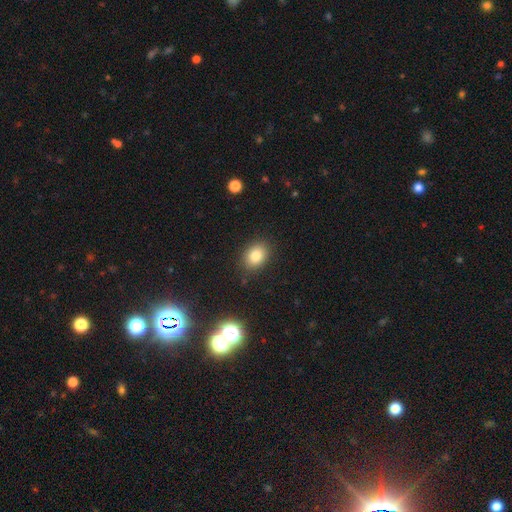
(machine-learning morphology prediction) This is clearly a smooth galaxy (81%). How rounded: likely in between (62%). Merging: clearly none (86%).